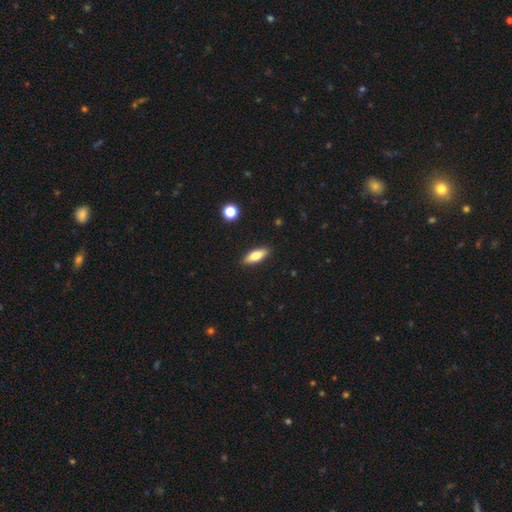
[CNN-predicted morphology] smooth_or_featured: smooth (p=0.74) [alt: featured or disk p=0.19]
how_rounded: in between (p=0.64) [alt: cigar-shaped p=0.33]
merging: none (p=0.89) [alt: minor disturbance p=0.08]